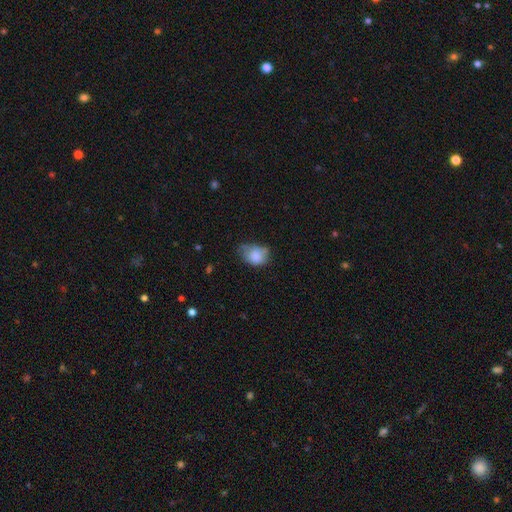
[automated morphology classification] smooth_or_featured: smooth (p=0.79) [alt: featured or disk p=0.12]
how_rounded: in between (p=0.67) [alt: round p=0.32]
merging: minor disturbance (p=0.42) [alt: none p=0.38]